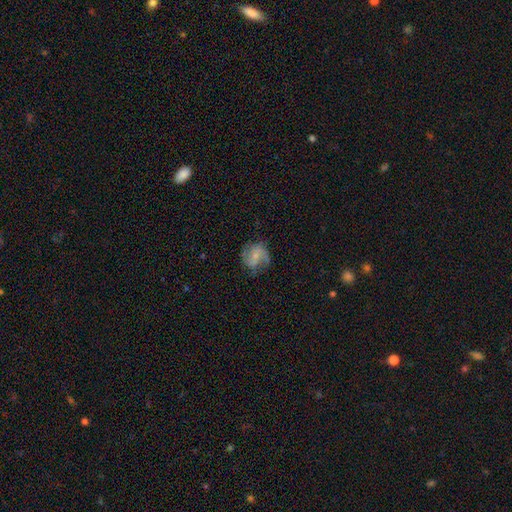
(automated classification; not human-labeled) The model was most divided on "smooth or featured": featured or disk: 54%, smooth: 37%, star or artifact: 9%. More confident: edge-on disk — no (97%); spiral arms — yes (83%); merging — none (64%); bulge size — small (64%); bar — no (53%).